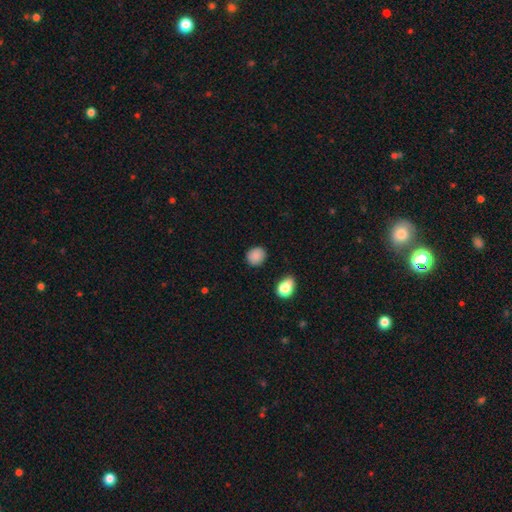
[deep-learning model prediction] A smooth galaxy with no disk features (86%) that is round (78%).

Vote fractions:
- Smooth or featured? smooth: 86% / star or artifact: 10% / featured or disk: 4%
- How rounded? round: 78% / in between: 21% / cigar-shaped: 1%
- Merging? none: 84% / minor disturbance: 11% / major disturbance: 3% / merger: 2%